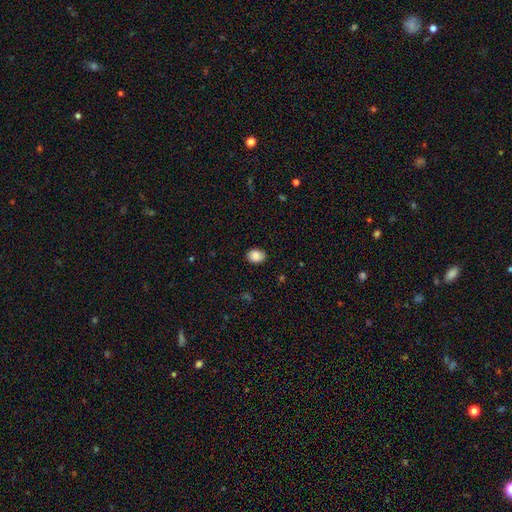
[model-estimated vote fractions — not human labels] Overall: smooth (88%). How rounded: in between (65%; round 35%). Merging: none (87%).